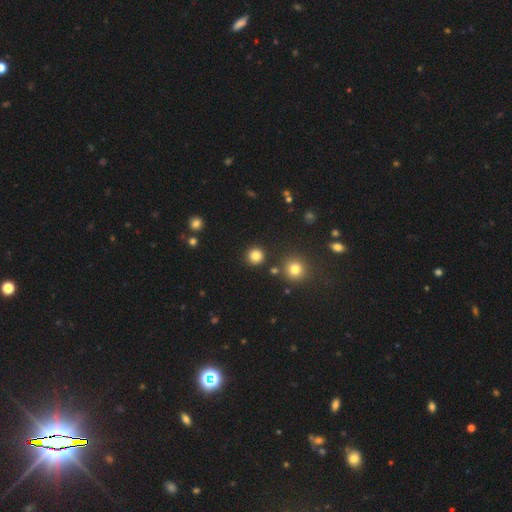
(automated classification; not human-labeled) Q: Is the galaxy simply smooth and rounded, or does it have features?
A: smooth — 83%.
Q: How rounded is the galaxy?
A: round — 94%.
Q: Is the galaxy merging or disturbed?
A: none — 90%.